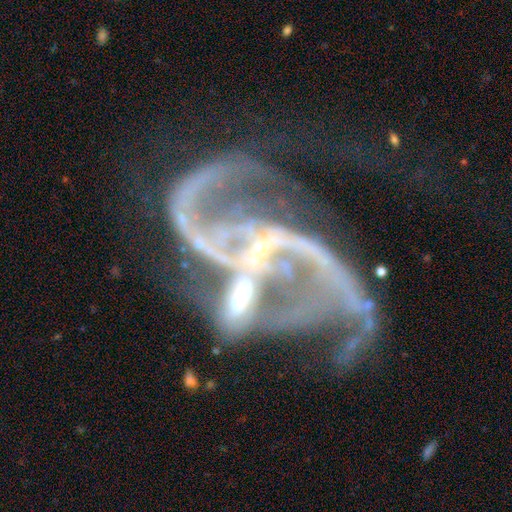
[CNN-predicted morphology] Q: Smooth or featured?
A: featured or disk (90%); runner-up: star or artifact (7%)
Q: Edge-on disk?
A: no (98%); runner-up: yes (2%)
Q: Bar?
A: weak (35%); runner-up: strong (34%)
Q: Spiral arms?
A: yes (95%); runner-up: no (5%)
Q: Spiral winding?
A: loose (58%); runner-up: medium (33%)
Q: Spiral arm count?
A: 2 (63%); runner-up: 3 (12%)
Q: Bulge size?
A: small (63%); runner-up: none (19%)
Q: Merging?
A: major disturbance (38%); runner-up: merger (30%)